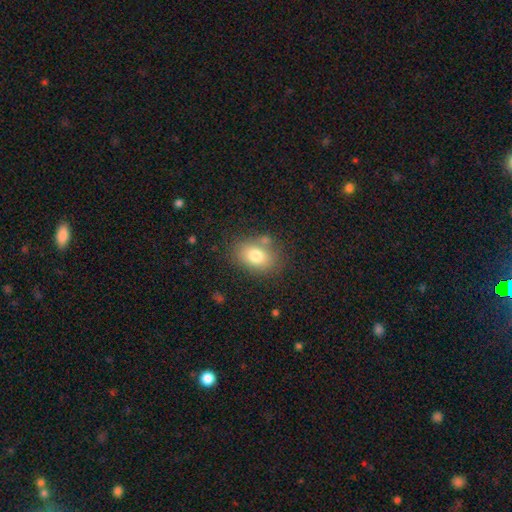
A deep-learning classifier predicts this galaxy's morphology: Smooth or featured?
  - smooth: 77% *
  - featured or disk: 13%
  - star or artifact: 10%
How rounded?
  - in between: 73% *
  - round: 26%
  - cigar-shaped: 1%
Merging?
  - none: 73% *
  - minor disturbance: 15%
  - merger: 8%
  - major disturbance: 5%